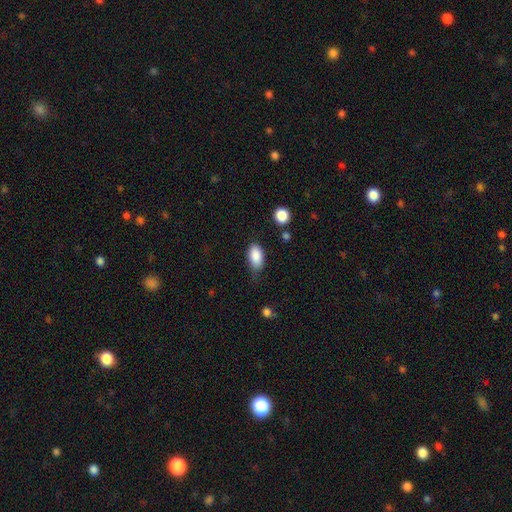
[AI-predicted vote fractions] This is clearly a smooth galaxy (88%). How rounded: clearly in between (92%). Merging: likely none (64%).